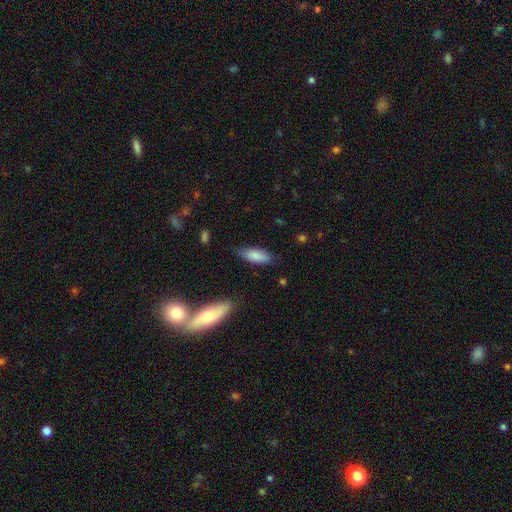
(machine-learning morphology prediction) This appears to be a smooth galaxy with no disk features (84%) that is in between round and cigar-shaped (72%). Merging: none (75%).